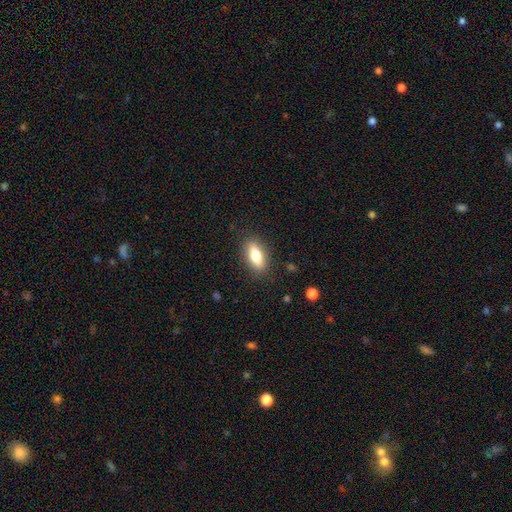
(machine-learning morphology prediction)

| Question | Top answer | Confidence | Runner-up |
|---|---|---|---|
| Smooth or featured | smooth | 74% | featured or disk (19%) |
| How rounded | in between | 75% | cigar-shaped (22%) |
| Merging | none | 86% | minor disturbance (10%) |